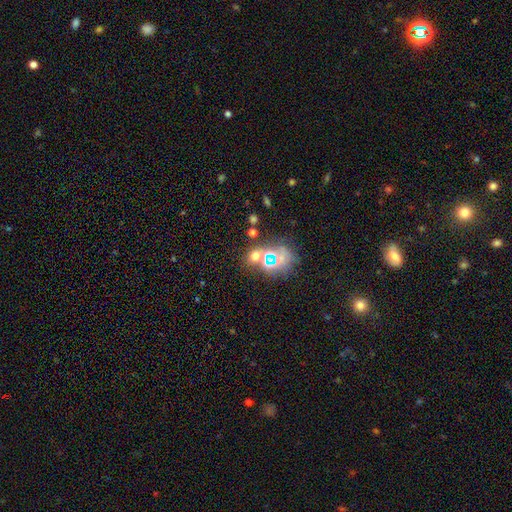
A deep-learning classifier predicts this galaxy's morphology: Smooth or featured: smooth — 44% (tied with star or artifact — 44%)
Merging: none — 61% (merger — 23%)